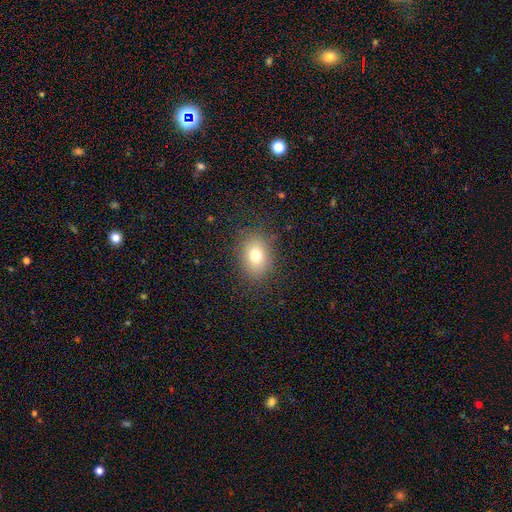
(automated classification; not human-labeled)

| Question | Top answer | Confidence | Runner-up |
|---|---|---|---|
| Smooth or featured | smooth | 76% | star or artifact (12%) |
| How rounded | in between | 65% | round (34%) |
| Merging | none | 85% | minor disturbance (10%) |